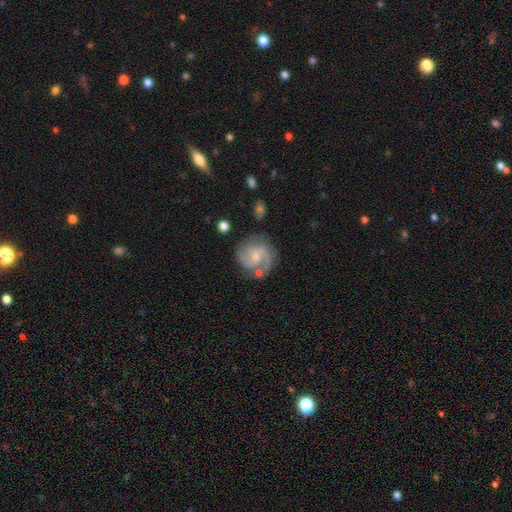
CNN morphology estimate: featured or disk 83%, smooth 12%, star or artifact 5%. Down the decision tree: edge-on disk — no (98%); bar — no (51%); spiral arms — yes (96%); spiral arm count — 2 (70%); spiral winding — medium (53%); bulge size — small (58%); merging — none (67%).